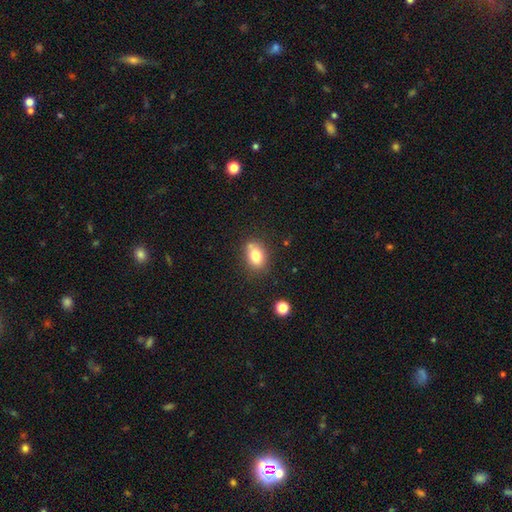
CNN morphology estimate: smooth 79%, featured or disk 11%, star or artifact 10%. Down the decision tree: how rounded — in between (75%); merging — none (68%).